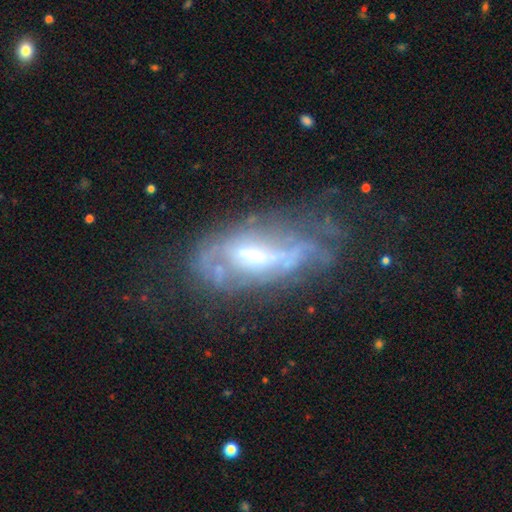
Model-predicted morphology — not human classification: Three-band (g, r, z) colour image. It shows a featured or disk galaxy (71%) with a weak bar (39%), spiral arms (60%) and a moderate central bulge (47%). Merging: none (42%).